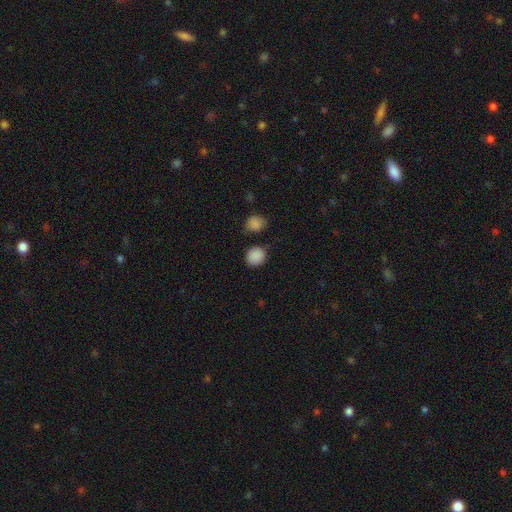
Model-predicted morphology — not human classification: Smooth or featured: smooth — 87% (star or artifact — 10%)
How rounded: round — 81% (in between — 18%)
Merging: none — 78% (minor disturbance — 12%)